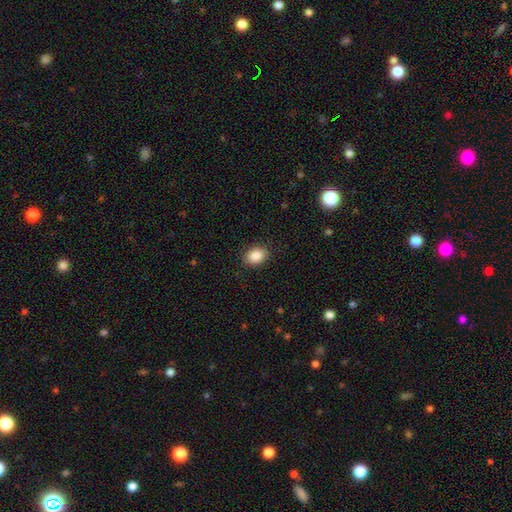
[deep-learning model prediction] smooth 87%, star or artifact 8%, featured or disk 4%. Down the decision tree: how rounded — in between (74%); merging — none (87%).